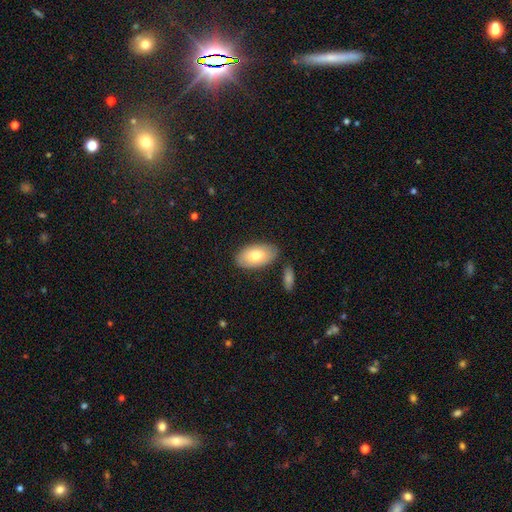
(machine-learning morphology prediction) This appears to be a smooth galaxy with no disk features (77%) that is in between round and cigar-shaped (95%). Merging: none (80%).